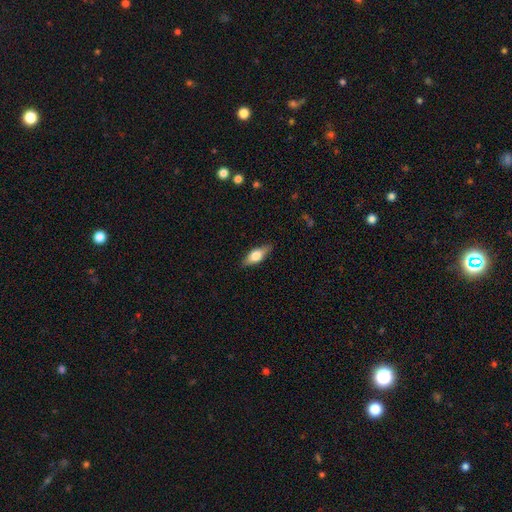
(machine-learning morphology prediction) The model was most divided on "smooth or featured": smooth: 56%, featured or disk: 37%, star or artifact: 7%. More confident: merging — none (85%); how rounded — in between (67%).